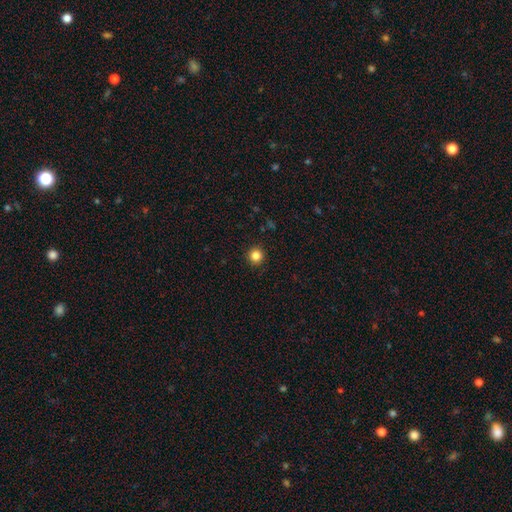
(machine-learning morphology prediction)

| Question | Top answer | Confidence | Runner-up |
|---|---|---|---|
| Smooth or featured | smooth | 84% | star or artifact (12%) |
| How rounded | round | 95% | in between (4%) |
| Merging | none | 93% | minor disturbance (5%) |